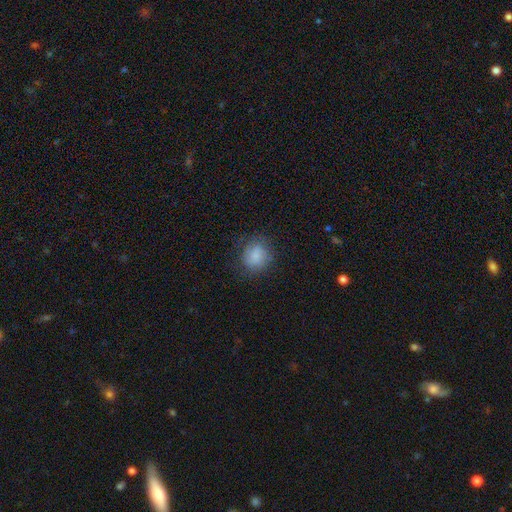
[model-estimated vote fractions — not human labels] smooth 83%, star or artifact 9%, featured or disk 8%. Down the decision tree: how rounded — round (69%); merging — none (76%).